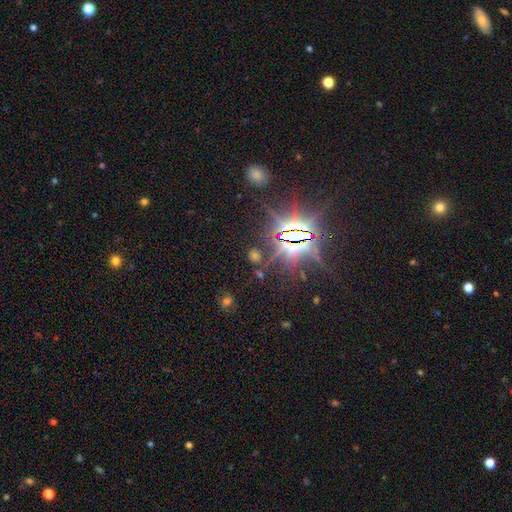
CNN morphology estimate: The model was most divided on "smooth or featured": star or artifact: 77%, smooth: 13%, featured or disk: 10%.